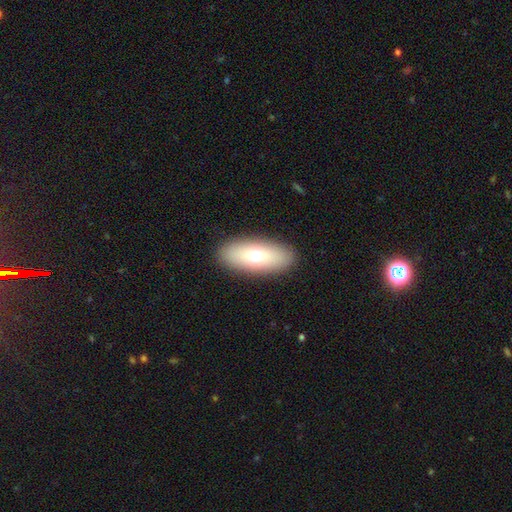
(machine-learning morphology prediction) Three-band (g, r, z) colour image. It shows a smooth galaxy with no disk features (69%) that is in between round and cigar-shaped (82%). Merging: none (89%).